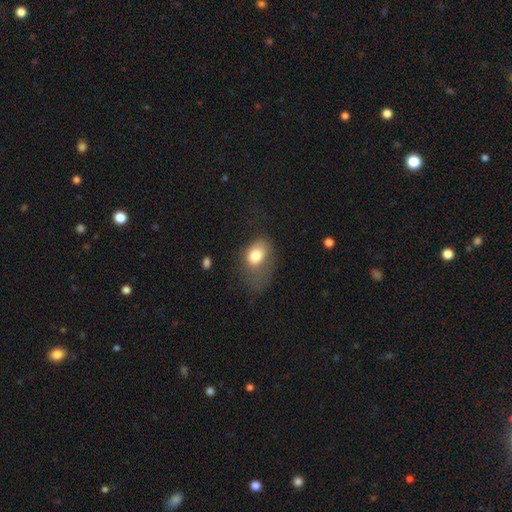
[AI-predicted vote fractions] Smooth or featured? Predicted: smooth (p=0.76). How rounded? Predicted: in between (p=0.70). Merging? Predicted: major disturbance (p=0.43).